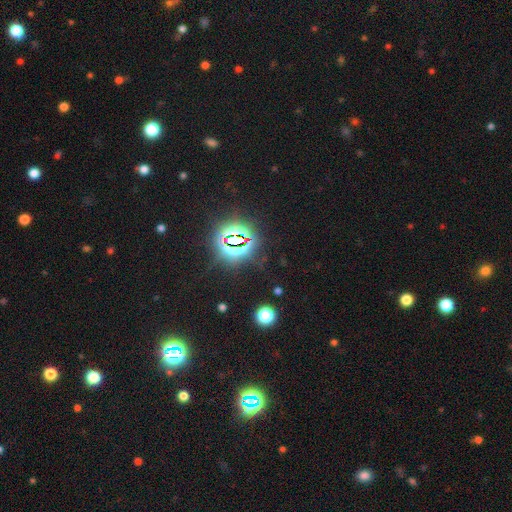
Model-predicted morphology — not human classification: smooth-or-featured: star or artifact: 79% | smooth: 15% | featured or disk: 6%